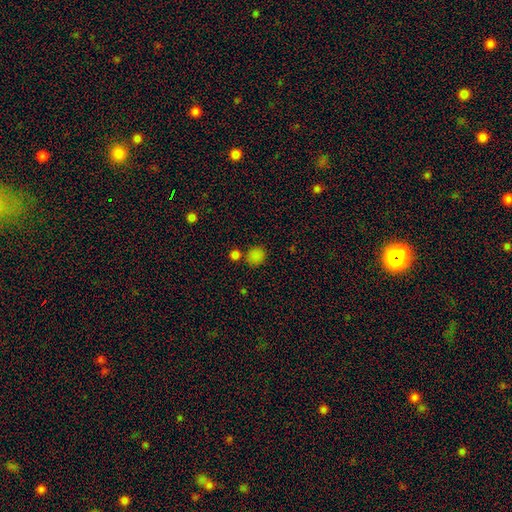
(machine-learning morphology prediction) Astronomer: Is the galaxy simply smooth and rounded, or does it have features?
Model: smooth — 80%.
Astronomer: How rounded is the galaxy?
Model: round — 79%.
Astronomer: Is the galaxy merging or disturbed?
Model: none — 71%.